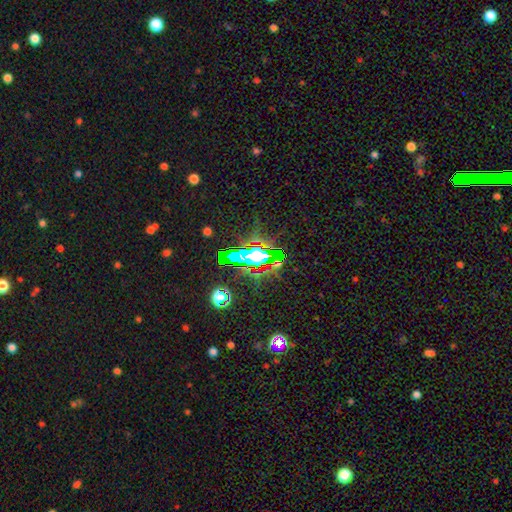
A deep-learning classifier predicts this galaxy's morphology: Smooth or featured? star or artifact (68%)